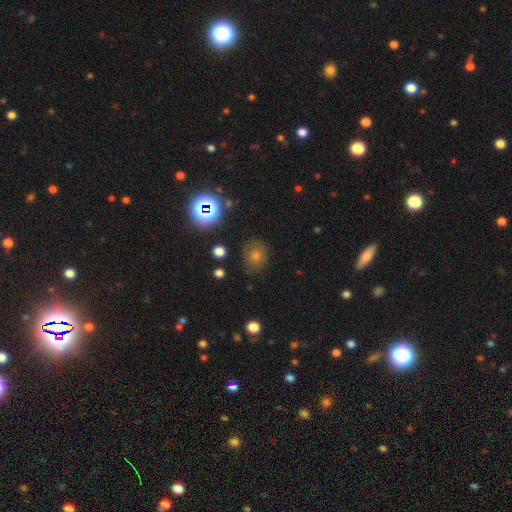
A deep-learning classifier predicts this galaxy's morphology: Smooth or featured? smooth (54%)
How rounded? round (67%)
Merging? none (79%)